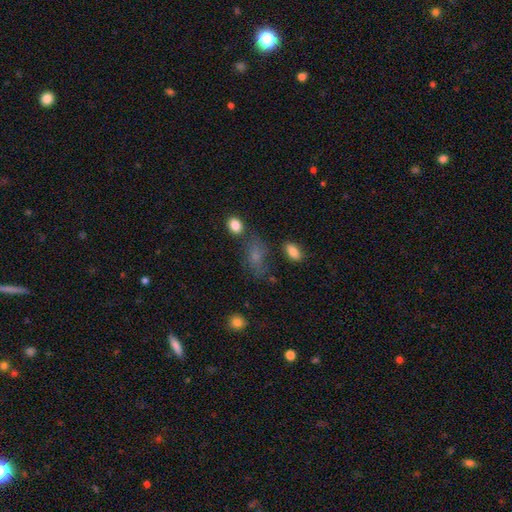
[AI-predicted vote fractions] Smooth or featured?
  - smooth: 63% *
  - star or artifact: 19%
  - featured or disk: 18%
How rounded?
  - in between: 76% *
  - round: 20%
  - cigar-shaped: 4%
Merging?
  - none: 53% *
  - minor disturbance: 23%
  - major disturbance: 14%
  - merger: 9%